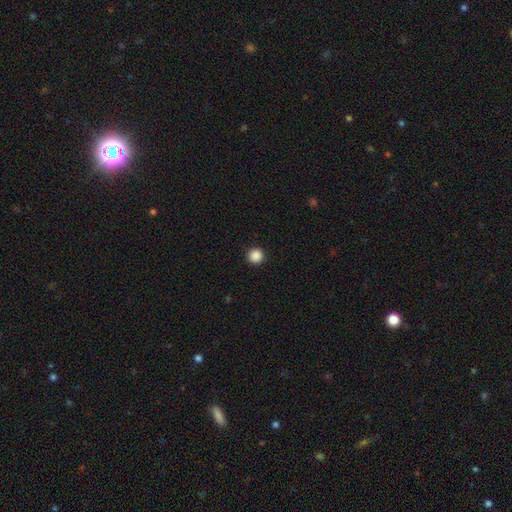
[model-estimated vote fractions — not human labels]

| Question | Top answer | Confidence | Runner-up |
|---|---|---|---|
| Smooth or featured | smooth | 88% | star or artifact (10%) |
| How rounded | round | 96% | in between (3%) |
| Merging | none | 93% | minor disturbance (4%) |